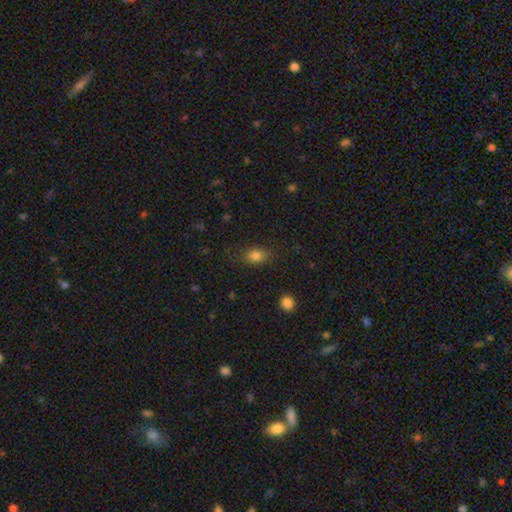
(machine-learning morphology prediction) smooth-or-featured: smooth: 84% | star or artifact: 11% | featured or disk: 6%
  how-rounded: in between: 71% | round: 27% | cigar-shaped: 2%
  merging: none: 81% | minor disturbance: 13% | major disturbance: 4% | merger: 1%